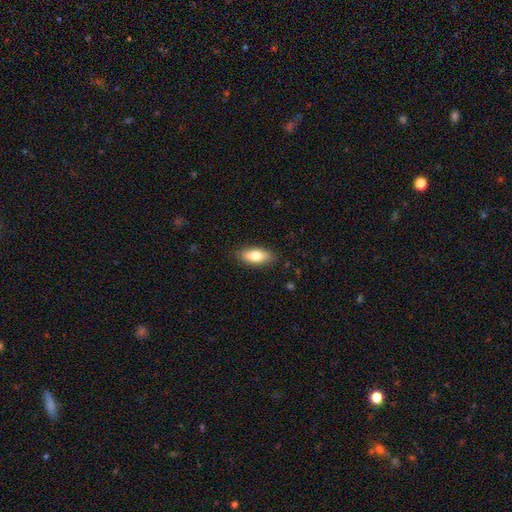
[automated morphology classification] smooth 77%, featured or disk 17%, star or artifact 6%. Down the decision tree: how rounded — in between (79%); merging — none (86%).